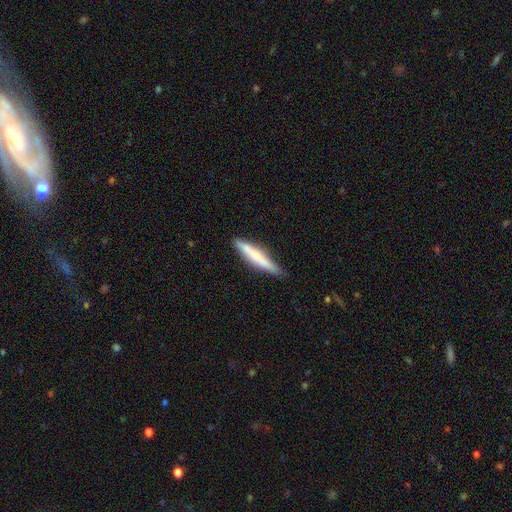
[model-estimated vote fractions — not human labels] A smooth galaxy with no disk features (59%) that is cigar-shaped (91%).

Vote fractions:
- Smooth or featured? smooth: 59% / featured or disk: 35% / star or artifact: 6%
- How rounded? cigar-shaped: 91% / in between: 7% / round: 1%
- Merging? none: 82% / minor disturbance: 14% / major disturbance: 2% / merger: 2%